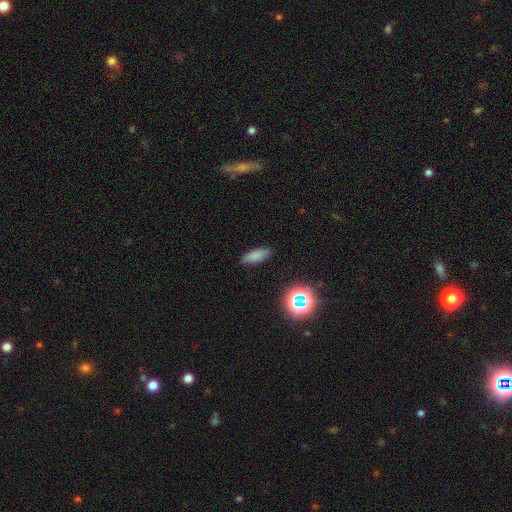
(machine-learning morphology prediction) Q: Smooth or featured?
A: smooth (78%); runner-up: star or artifact (14%)
Q: How rounded?
A: in between (71%); runner-up: cigar-shaped (25%)
Q: Merging?
A: none (83%); runner-up: minor disturbance (13%)